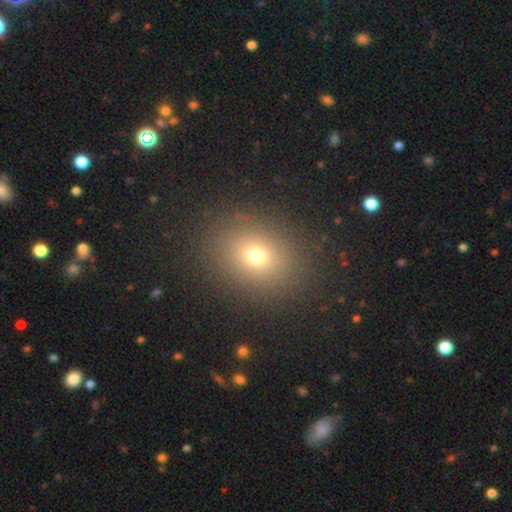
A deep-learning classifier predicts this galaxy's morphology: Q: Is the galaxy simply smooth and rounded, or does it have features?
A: smooth — 71%.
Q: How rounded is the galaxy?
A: round — 53%.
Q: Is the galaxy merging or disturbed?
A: none — 87%.